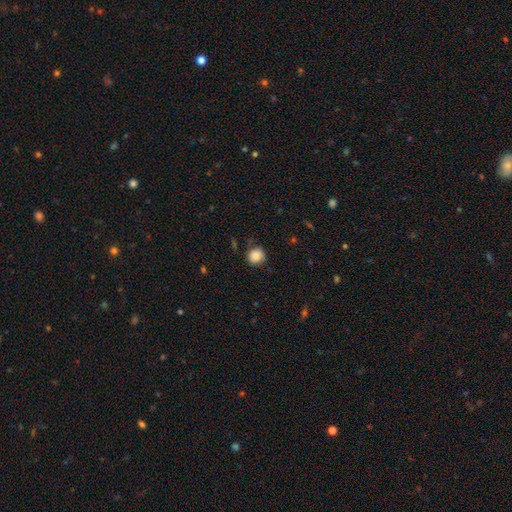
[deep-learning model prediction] The model was most divided on "merging": none: 80%, minor disturbance: 14%, major disturbance: 4%, merger: 2%. More confident: how rounded — round (88%); smooth or featured — smooth (87%).